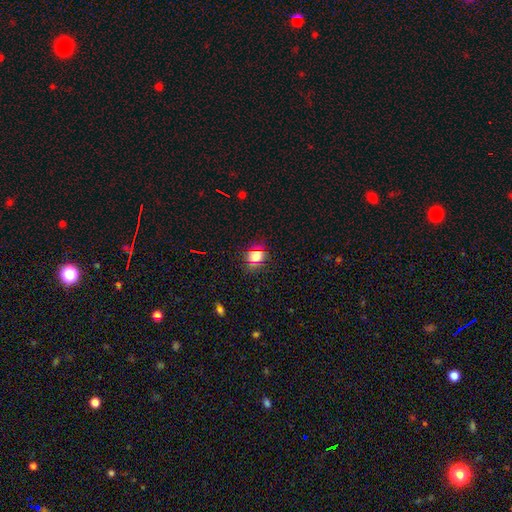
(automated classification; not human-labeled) This is likely a smooth galaxy (63%). How rounded: likely round (67%). Merging: clearly none (86%).